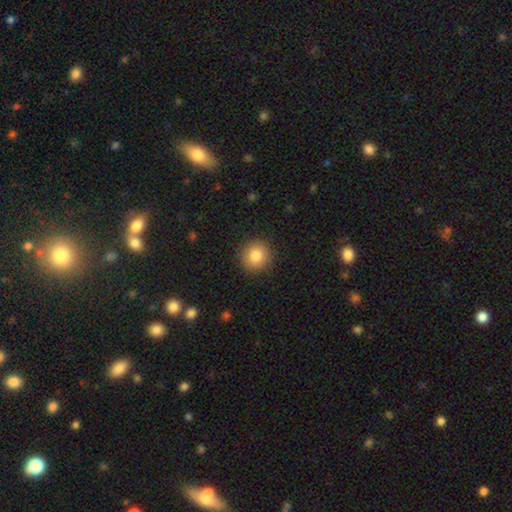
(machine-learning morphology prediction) Overall: smooth (83%). How rounded: round (93%). Merging: none (90%).